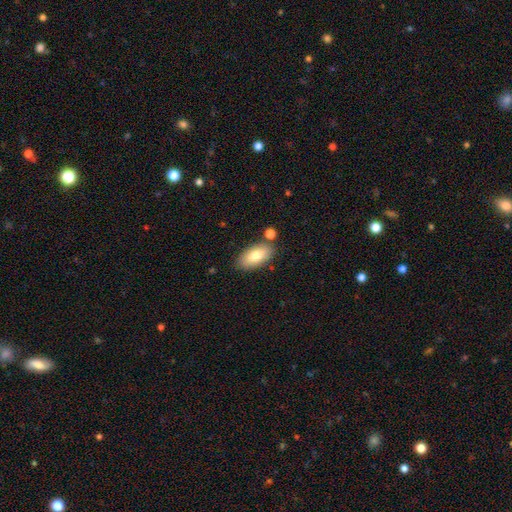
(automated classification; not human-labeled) Smooth or featured? Predicted: smooth (p=0.78). How rounded? Predicted: in between (p=0.91). Merging? Predicted: none (p=0.80).